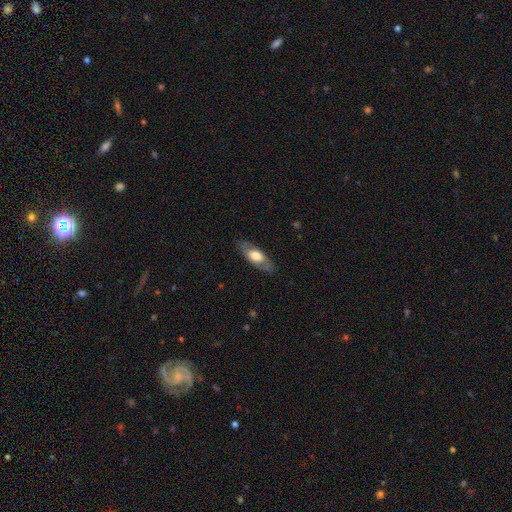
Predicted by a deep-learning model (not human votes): smooth-or-featured: smooth: 53% | featured or disk: 42% | star or artifact: 6%
  how-rounded: in between: 76% | cigar-shaped: 21% | round: 3%
  merging: none: 82% | minor disturbance: 13% | major disturbance: 4% | merger: 1%